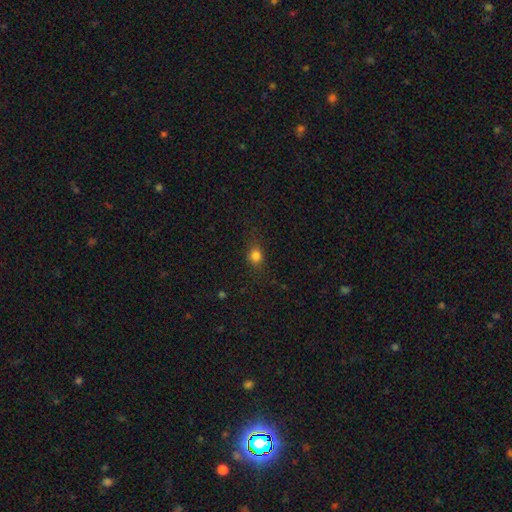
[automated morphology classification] Smooth or featured?
  - smooth: 79% *
  - star or artifact: 15%
  - featured or disk: 7%
How rounded?
  - round: 65% *
  - in between: 32%
  - cigar-shaped: 2%
Merging?
  - none: 79% *
  - minor disturbance: 15%
  - major disturbance: 5%
  - merger: 1%